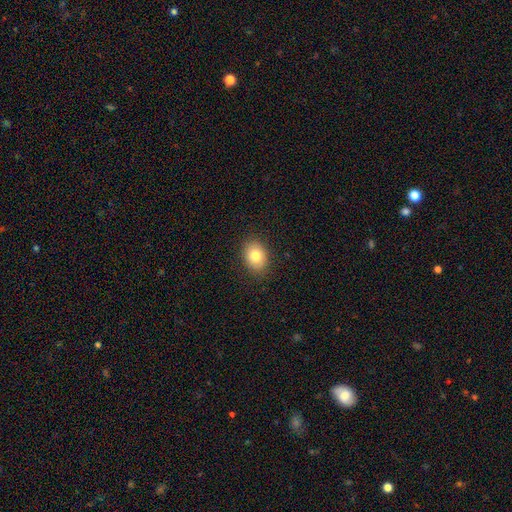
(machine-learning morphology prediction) Smooth or featured? smooth (80%)
How rounded? in between (65%)
Merging? none (87%)